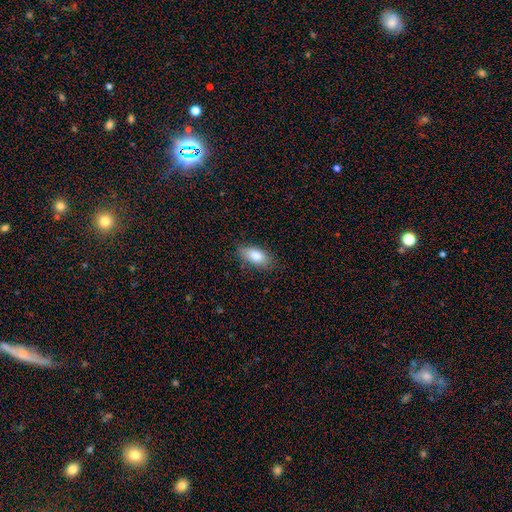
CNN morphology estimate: Smooth or featured? Predicted: smooth (p=0.83). How rounded? Predicted: in between (p=0.90). Merging? Predicted: none (p=0.79).